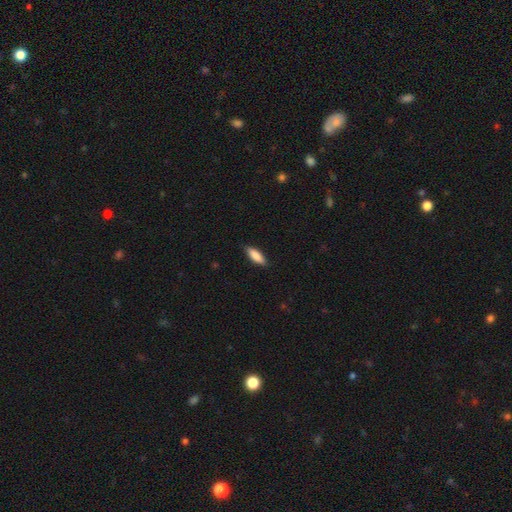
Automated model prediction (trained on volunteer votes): Smooth or featured?
  - smooth: 86% *
  - featured or disk: 8%
  - star or artifact: 6%
How rounded?
  - in between: 63% *
  - cigar-shaped: 35%
  - round: 2%
Merging?
  - none: 86% *
  - minor disturbance: 11%
  - major disturbance: 2%
  - merger: 1%